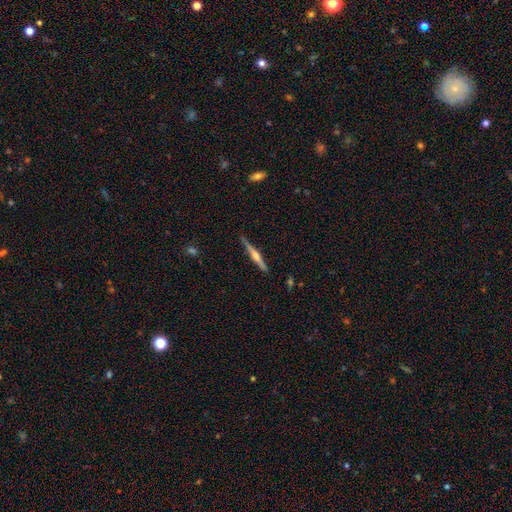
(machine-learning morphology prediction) Smooth or featured: featured or disk — 75% (smooth — 19%)
Edge-on disk: yes — 98% (no — 2%)
Edge-on bulge: rounded — 87% (boxy — 7%)
Merging: none — 88% (minor disturbance — 9%)